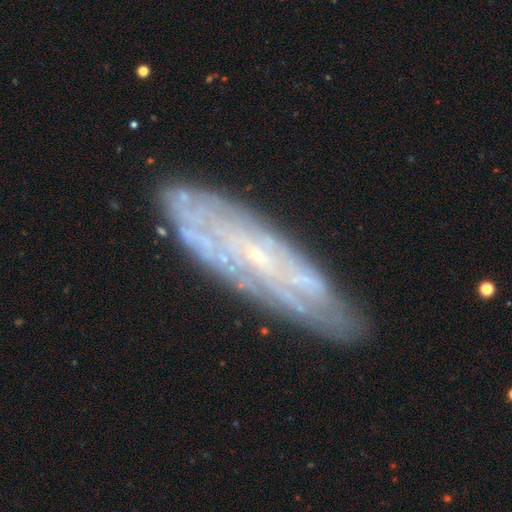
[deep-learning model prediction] Smooth or featured? featured or disk (79%)
Edge-on disk? no (71%)
Bar? no (67%)
Spiral arms? yes (83%)
Bulge size? small (84%)
Merging? none (80%)